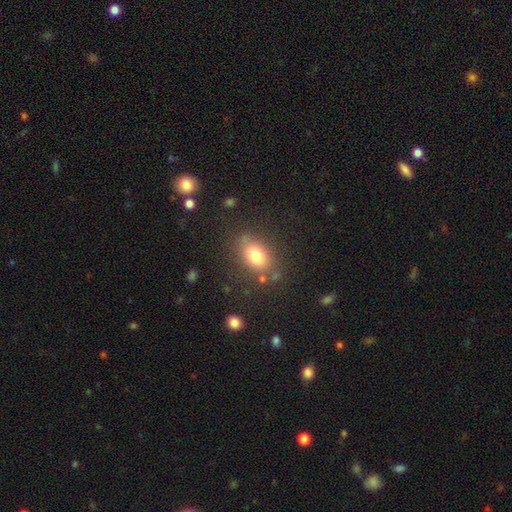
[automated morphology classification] The model was most divided on "how rounded": in between: 77%, round: 21%, cigar-shaped: 2%. More confident: smooth or featured — smooth (77%); merging — none (74%).